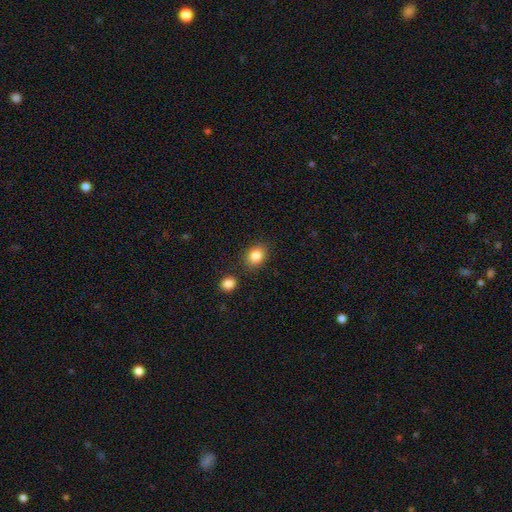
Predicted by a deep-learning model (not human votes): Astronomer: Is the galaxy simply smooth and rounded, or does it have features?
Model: smooth — 85%.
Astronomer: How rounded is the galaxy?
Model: in between — 59% (runner-up: round, 40%).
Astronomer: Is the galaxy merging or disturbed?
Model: none — 82%.